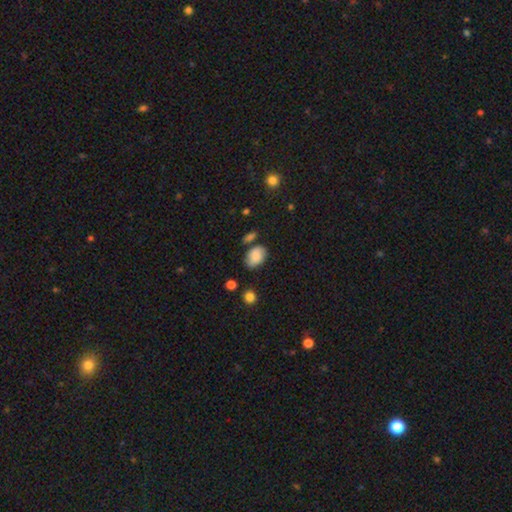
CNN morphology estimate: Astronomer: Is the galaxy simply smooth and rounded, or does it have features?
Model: smooth — 84%.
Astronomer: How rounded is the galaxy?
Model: in between — 83%.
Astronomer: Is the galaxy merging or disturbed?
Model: none — 63%.